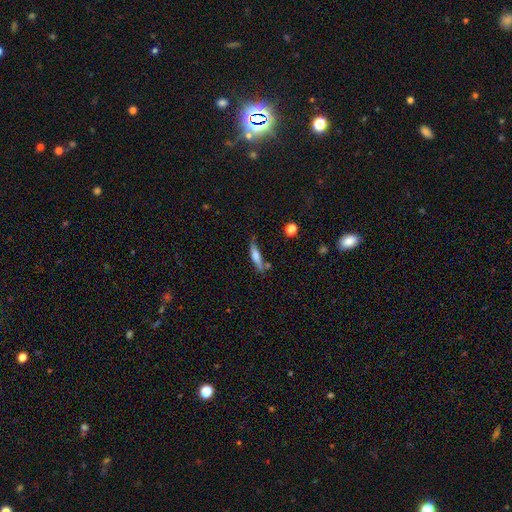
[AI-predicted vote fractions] smooth_or_featured: smooth (p=0.55) [alt: featured or disk p=0.38]
how_rounded: cigar-shaped (p=0.80) [alt: in between p=0.18]
merging: none (p=0.64) [alt: minor disturbance p=0.21]